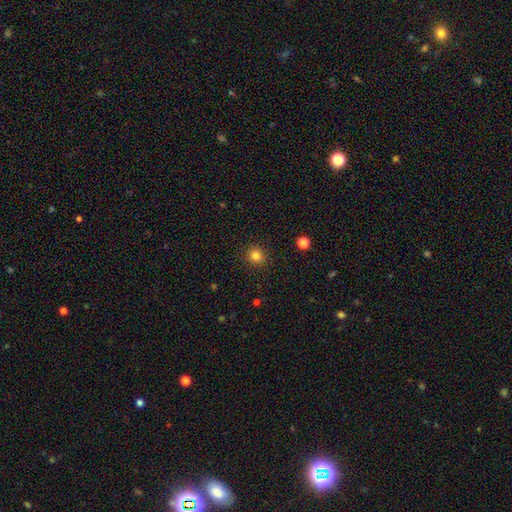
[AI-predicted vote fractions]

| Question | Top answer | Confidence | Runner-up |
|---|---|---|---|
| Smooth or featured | smooth | 82% | star or artifact (13%) |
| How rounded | round | 85% | in between (14%) |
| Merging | none | 90% | minor disturbance (7%) |